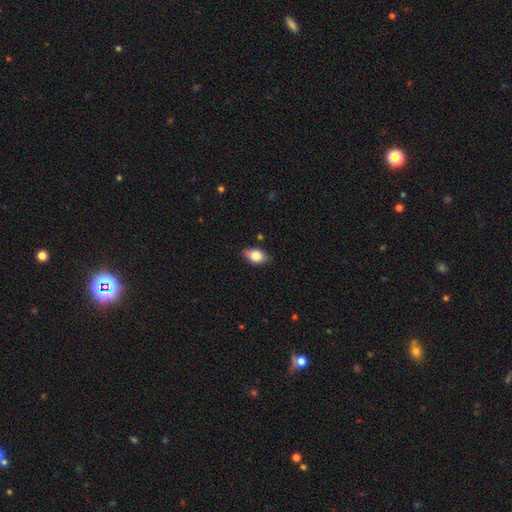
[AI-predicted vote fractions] smooth 78%, featured or disk 15%, star or artifact 7%. Down the decision tree: how rounded — in between (86%); merging — none (79%).